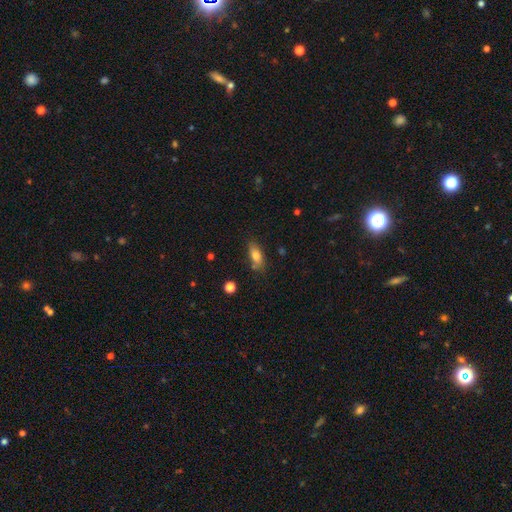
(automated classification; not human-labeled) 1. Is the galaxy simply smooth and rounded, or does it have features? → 77% smooth, 14% featured or disk, 8% star or artifact.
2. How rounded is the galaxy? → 77% in between, 18% cigar-shaped, 4% round.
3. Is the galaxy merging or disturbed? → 71% none, 19% minor disturbance, 6% merger, 5% major disturbance.